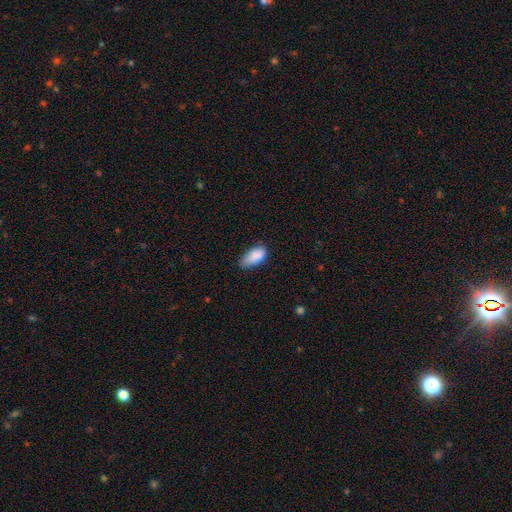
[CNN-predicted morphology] A smooth galaxy with no disk features (87%) that is in between round and cigar-shaped (92%).

Vote fractions:
- Smooth or featured? smooth: 87% / star or artifact: 8% / featured or disk: 6%
- How rounded? in between: 92% / cigar-shaped: 4% / round: 4%
- Merging? none: 47% / minor disturbance: 42% / major disturbance: 9% / merger: 2%